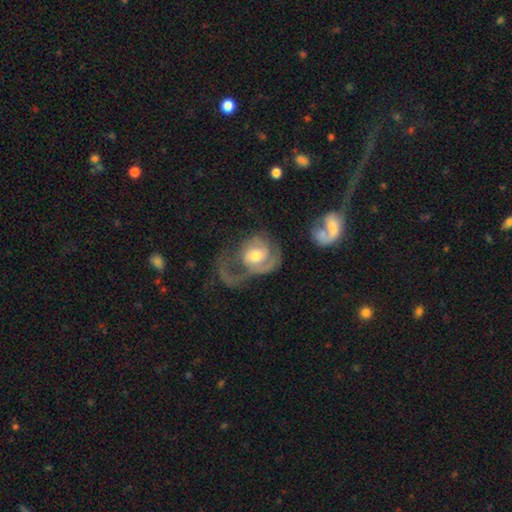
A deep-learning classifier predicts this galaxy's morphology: smooth_or_featured: featured or disk (p=0.68) [alt: smooth p=0.26]
disk_edge_on: no (p=0.97) [alt: yes p=0.03]
bar: no (p=0.67) [alt: weak p=0.27]
has_spiral_arms: yes (p=0.79) [alt: no p=0.21]
spiral_winding: medium (p=0.38) [alt: loose p=0.31]
spiral_arm_count: 1 (p=0.39) [alt: 2 p=0.36]
bulge_size: moderate (p=0.64) [alt: small p=0.18]
merging: major disturbance (p=0.55) [alt: none p=0.22]